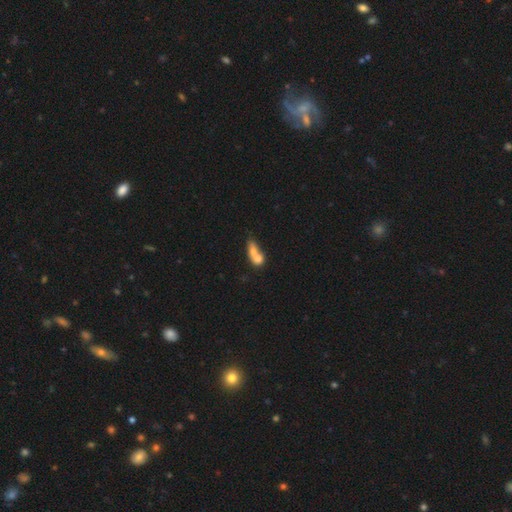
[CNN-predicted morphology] type=smooth (67%); roundness=in between (53%); merging=merger (67%).